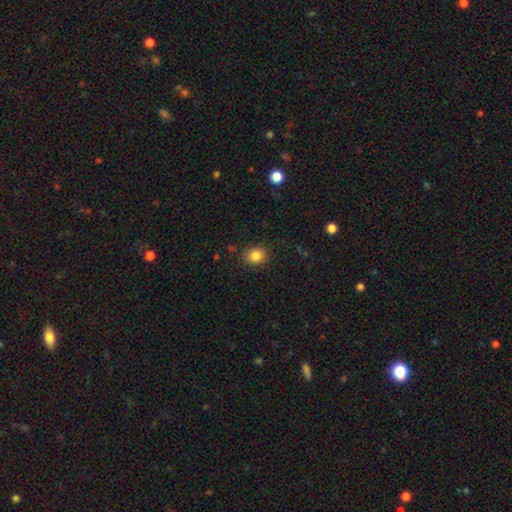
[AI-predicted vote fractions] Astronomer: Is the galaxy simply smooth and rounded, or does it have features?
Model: smooth — 84%.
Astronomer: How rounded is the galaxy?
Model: round — 71%.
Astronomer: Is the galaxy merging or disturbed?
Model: none — 86%.